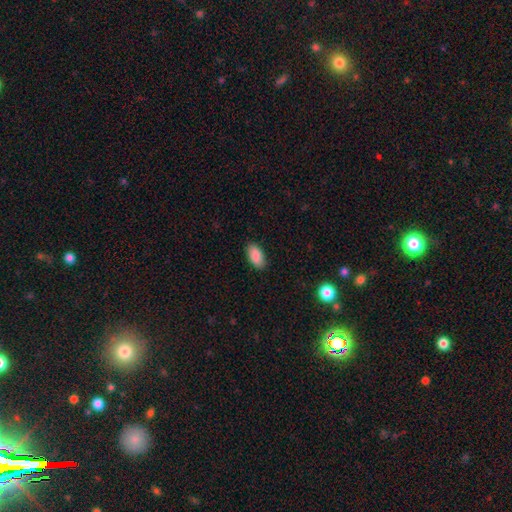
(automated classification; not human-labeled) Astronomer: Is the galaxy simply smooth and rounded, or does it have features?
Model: smooth — 89%.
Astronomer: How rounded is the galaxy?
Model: in between — 93%.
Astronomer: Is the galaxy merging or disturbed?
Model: none — 88%.